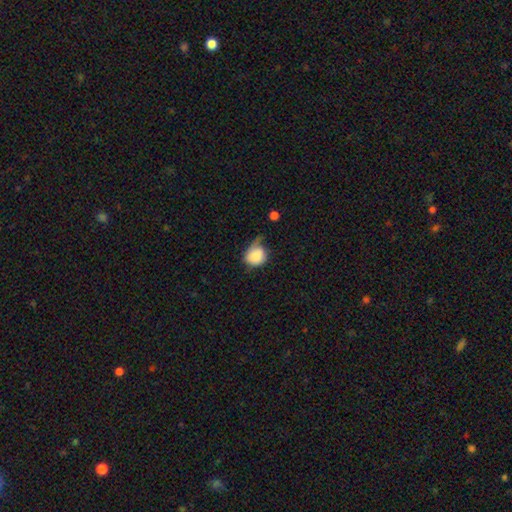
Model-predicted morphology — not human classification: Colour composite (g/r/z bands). It shows a smooth galaxy with no disk features (81%) that is round (70%). Merging: minor disturbance (39%).